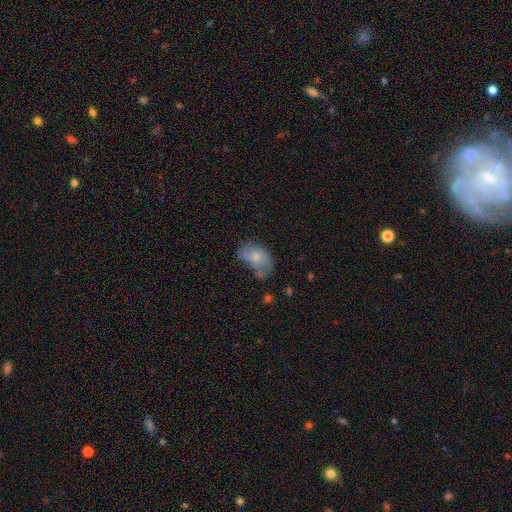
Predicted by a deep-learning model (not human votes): smooth 62%, featured or disk 30%, star or artifact 9%. Down the decision tree: how rounded — in between (88%); merging — none (36%).